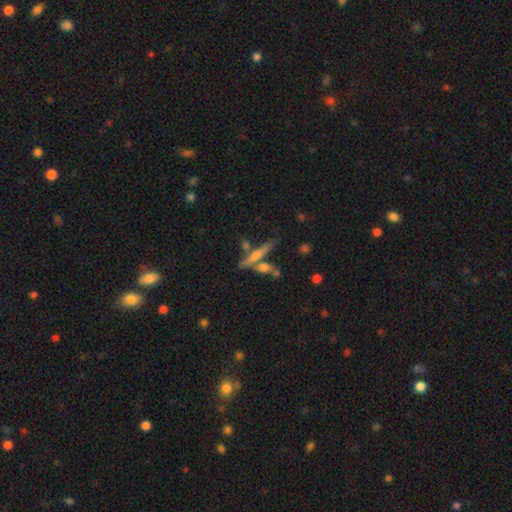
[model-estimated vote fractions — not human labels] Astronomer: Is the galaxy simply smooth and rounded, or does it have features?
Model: featured or disk — 56% (runner-up: smooth, 36%).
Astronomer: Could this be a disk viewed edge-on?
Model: yes — 94%.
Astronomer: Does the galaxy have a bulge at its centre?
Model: rounded — 68%.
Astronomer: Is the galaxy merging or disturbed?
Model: none — 66%.